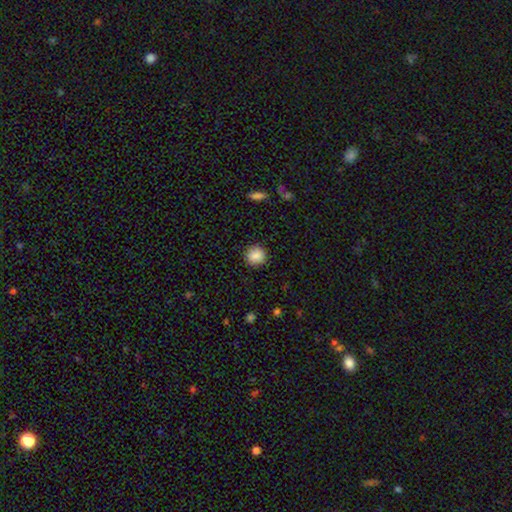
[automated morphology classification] smooth 87%, star or artifact 9%, featured or disk 4%. Down the decision tree: how rounded — round (91%); merging — none (90%).